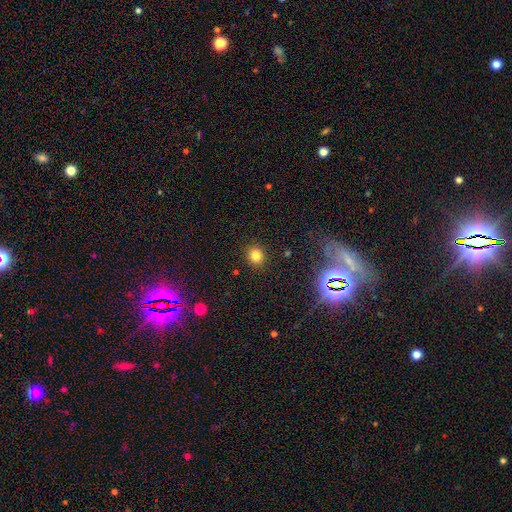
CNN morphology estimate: smooth-or-featured: smooth: 81% | star or artifact: 14% | featured or disk: 6%
  how-rounded: round: 83% | in between: 16% | cigar-shaped: 1%
  merging: none: 90% | minor disturbance: 6% | major disturbance: 2% | merger: 1%